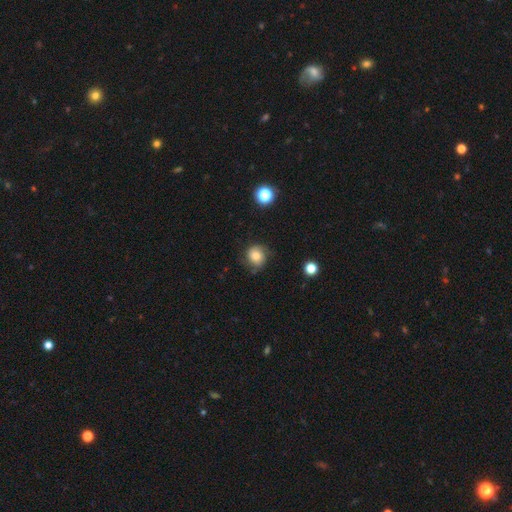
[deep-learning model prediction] Q: Smooth or featured?
A: smooth (66%); runner-up: featured or disk (23%)
Q: How rounded?
A: round (78%); runner-up: in between (21%)
Q: Merging?
A: none (66%); runner-up: minor disturbance (24%)